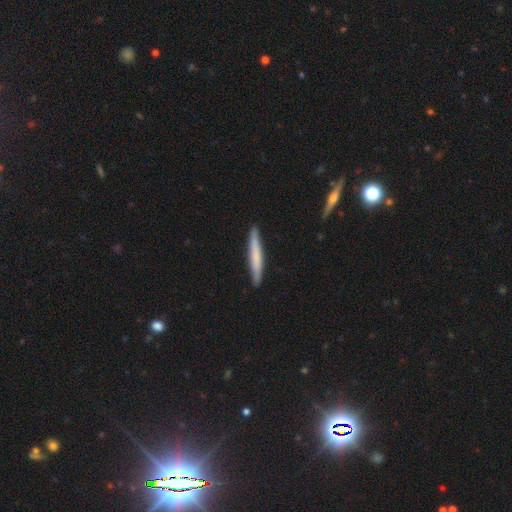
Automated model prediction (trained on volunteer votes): Smooth or featured? Predicted: smooth (p=0.63). How rounded? Predicted: cigar-shaped (p=0.96). Merging? Predicted: none (p=0.88).